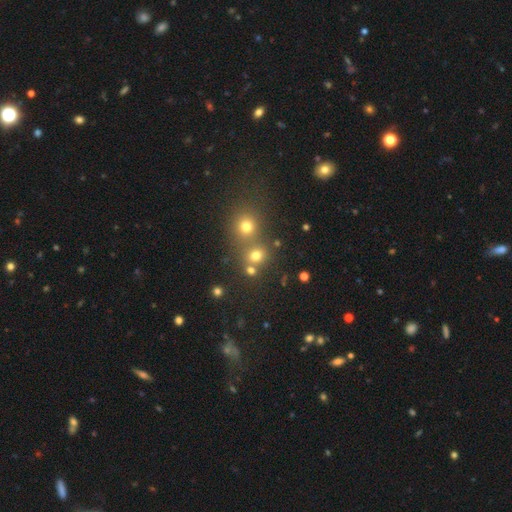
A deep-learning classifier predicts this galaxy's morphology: A smooth galaxy with no disk features (72%) that is round (82%).

Vote fractions:
- Smooth or featured? smooth: 72% / star or artifact: 20% / featured or disk: 8%
- How rounded? round: 82% / in between: 17% / cigar-shaped: 1%
- Merging? none: 57% / merger: 31% / minor disturbance: 8% / major disturbance: 4%